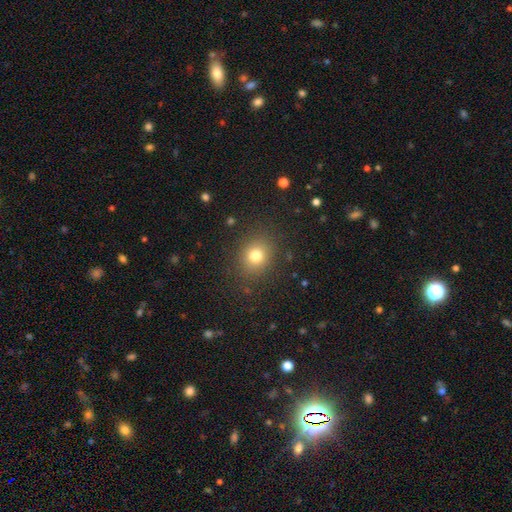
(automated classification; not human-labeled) Q: Smooth or featured?
A: smooth (77%); runner-up: star or artifact (14%)
Q: How rounded?
A: round (68%); runner-up: in between (31%)
Q: Merging?
A: none (86%); runner-up: minor disturbance (9%)